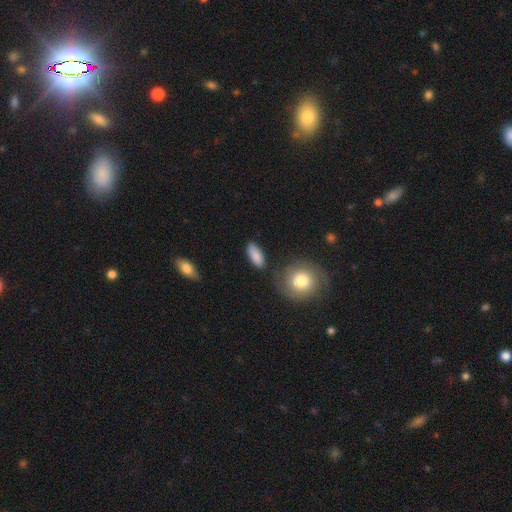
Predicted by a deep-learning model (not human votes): A smooth galaxy with no disk features (86%) that is in between round and cigar-shaped (85%).

Vote fractions:
- Smooth or featured? smooth: 86% / featured or disk: 7% / star or artifact: 6%
- How rounded? in between: 85% / cigar-shaped: 10% / round: 4%
- Merging? none: 78% / minor disturbance: 14% / merger: 5% / major disturbance: 4%